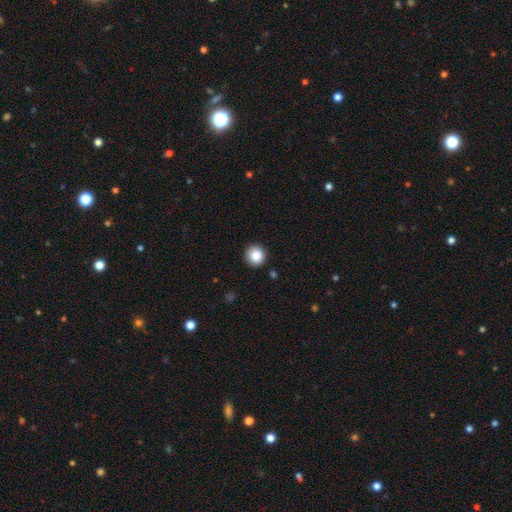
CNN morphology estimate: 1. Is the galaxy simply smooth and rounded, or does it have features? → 86% smooth, 9% star or artifact, 5% featured or disk.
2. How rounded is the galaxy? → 95% round, 4% in between, 1% cigar-shaped.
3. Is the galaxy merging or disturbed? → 92% none, 5% minor disturbance, 2% major disturbance, 1% merger.